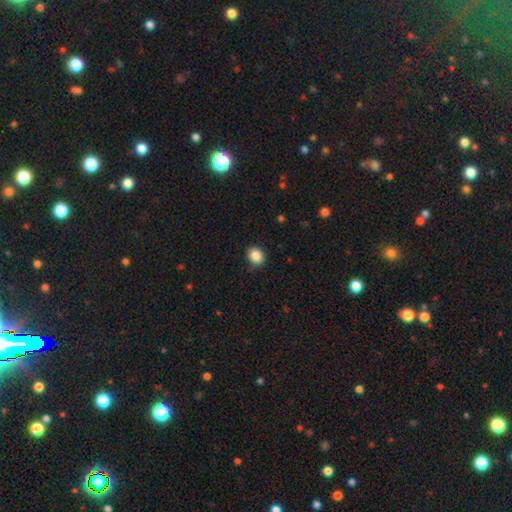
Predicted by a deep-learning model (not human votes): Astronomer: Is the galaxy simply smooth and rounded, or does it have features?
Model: smooth — 87%.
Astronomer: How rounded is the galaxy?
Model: round — 65%.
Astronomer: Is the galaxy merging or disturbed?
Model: none — 87%.